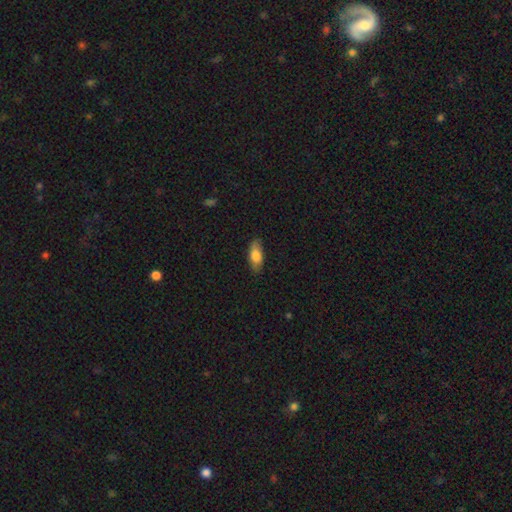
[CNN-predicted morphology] A smooth galaxy with no disk features (78%) that is in between round and cigar-shaped (79%).

Vote fractions:
- Smooth or featured? smooth: 78% / featured or disk: 15% / star or artifact: 7%
- How rounded? in between: 79% / cigar-shaped: 18% / round: 3%
- Merging? none: 82% / minor disturbance: 14% / major disturbance: 3% / merger: 1%